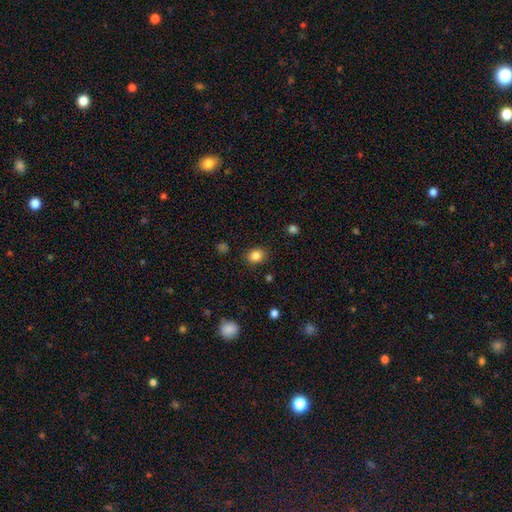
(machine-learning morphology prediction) Q: Smooth or featured?
A: smooth (84%); runner-up: star or artifact (11%)
Q: How rounded?
A: round (59%); runner-up: in between (41%)
Q: Merging?
A: none (86%); runner-up: minor disturbance (9%)